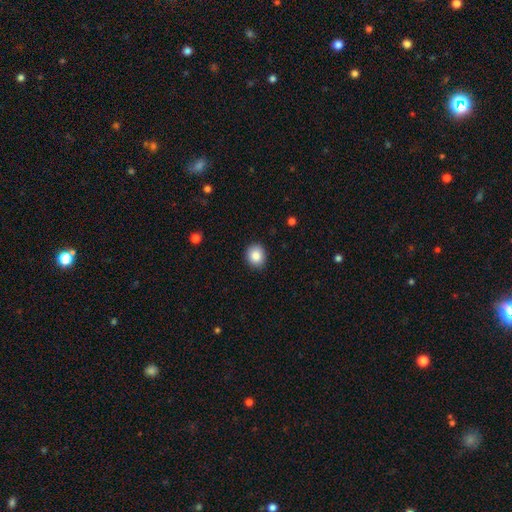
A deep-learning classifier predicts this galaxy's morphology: Smooth or featured?
  - smooth: 85% *
  - star or artifact: 9%
  - featured or disk: 6%
How rounded?
  - round: 71% *
  - in between: 28%
  - cigar-shaped: 1%
Merging?
  - none: 88% *
  - minor disturbance: 9%
  - major disturbance: 2%
  - merger: 1%